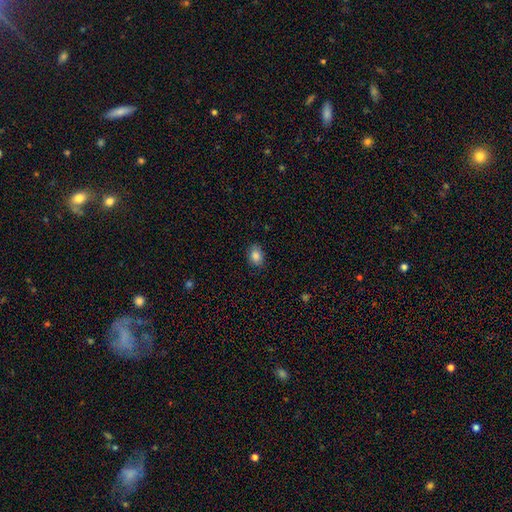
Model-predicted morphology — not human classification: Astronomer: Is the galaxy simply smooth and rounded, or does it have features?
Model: smooth — 85%.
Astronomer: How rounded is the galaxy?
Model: in between — 64%.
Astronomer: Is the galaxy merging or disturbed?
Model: none — 84%.